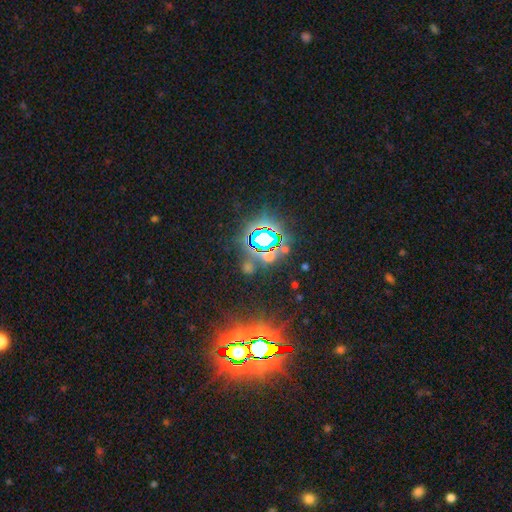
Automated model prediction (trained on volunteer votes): Smooth or featured: star or artifact — 86% (smooth — 8%)